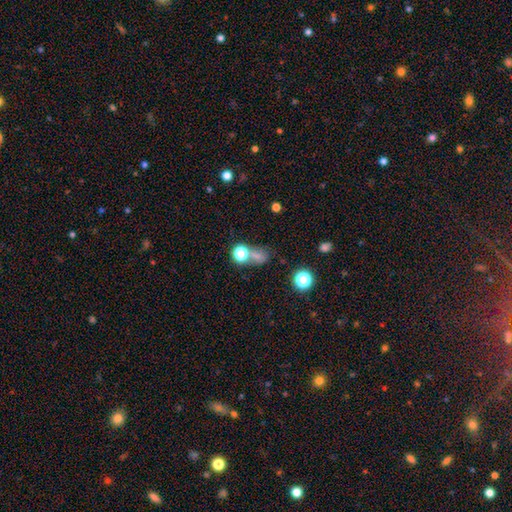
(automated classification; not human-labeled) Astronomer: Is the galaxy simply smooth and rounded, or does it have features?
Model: smooth — 60%.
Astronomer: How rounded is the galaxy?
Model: in between — 49% (runner-up: round, 48%).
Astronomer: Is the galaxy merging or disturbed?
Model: none — 45% (runner-up: merger, 31%).